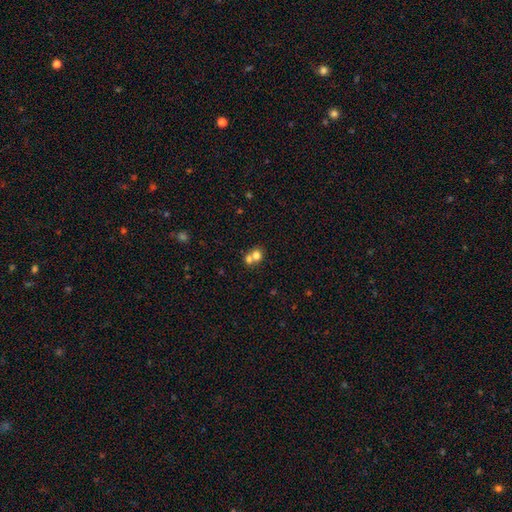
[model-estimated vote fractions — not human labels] Smooth or featured: smooth — 73% (featured or disk — 15%)
How rounded: round — 78% (in between — 21%)
Merging: merger — 57% (none — 35%)